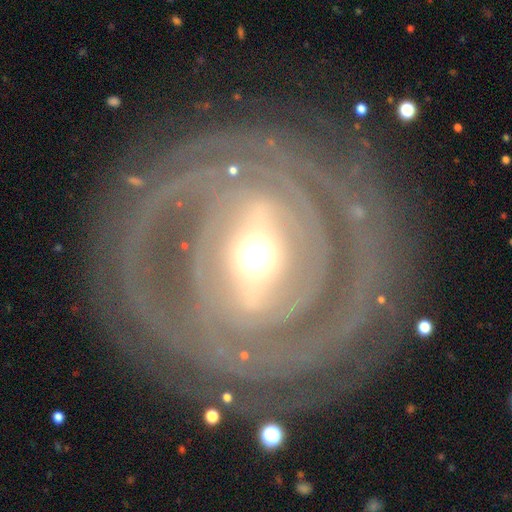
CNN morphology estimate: smooth-or-featured: featured or disk: 90% | smooth: 6% | star or artifact: 5%
  disk-edge-on: no: 96% | yes: 4%
    bar: strong: 58% | weak: 27% | no: 15%
    has-spiral-arms: yes: 92% | no: 8%
      spiral-winding: tight: 74% | medium: 20% | loose: 6%
      spiral-arm-count: 2: 40% | can't tell: 21% | 3: 14% | 4: 9% | more than 4: 8% | 1: 8%
    bulge-size: moderate: 64% | small: 20% | large: 13% | dominant: 2% | none: 1%
  merging: none: 79% | minor disturbance: 11% | major disturbance: 7% | merger: 2%